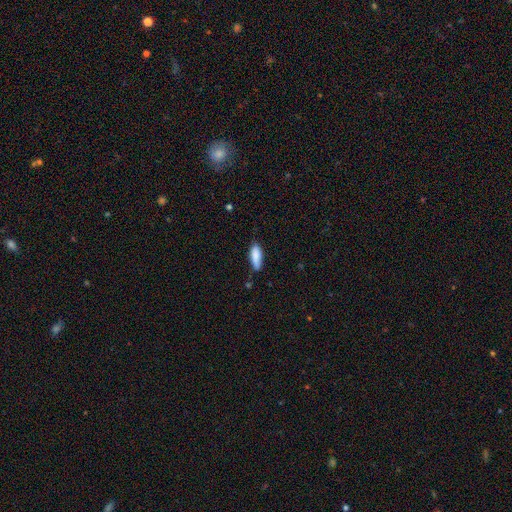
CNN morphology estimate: This appears to be a smooth galaxy with no disk features (85%) that is in between round and cigar-shaped (63%). Merging: none (62%).